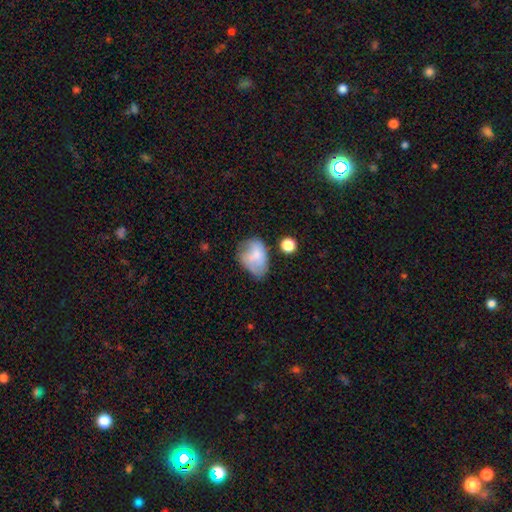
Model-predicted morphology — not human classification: Smooth or featured: smooth — 66% (featured or disk — 25%)
How rounded: in between — 78% (round — 20%)
Merging: none — 35% (minor disturbance — 31%)